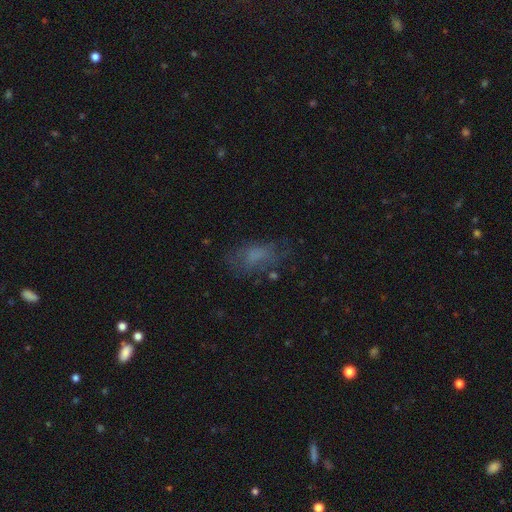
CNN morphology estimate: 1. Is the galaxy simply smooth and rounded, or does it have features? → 59% smooth, 25% featured or disk, 16% star or artifact.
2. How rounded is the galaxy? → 85% in between, 8% round, 7% cigar-shaped.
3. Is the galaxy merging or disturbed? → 56% none, 22% minor disturbance, 19% major disturbance, 3% merger.